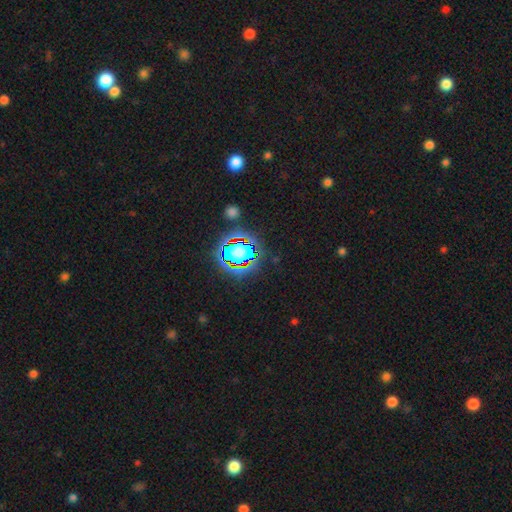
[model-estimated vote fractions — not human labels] A star or artifact, not a galaxy (83%).

Vote fractions:
- Smooth or featured? star or artifact: 83% / smooth: 11% / featured or disk: 7%